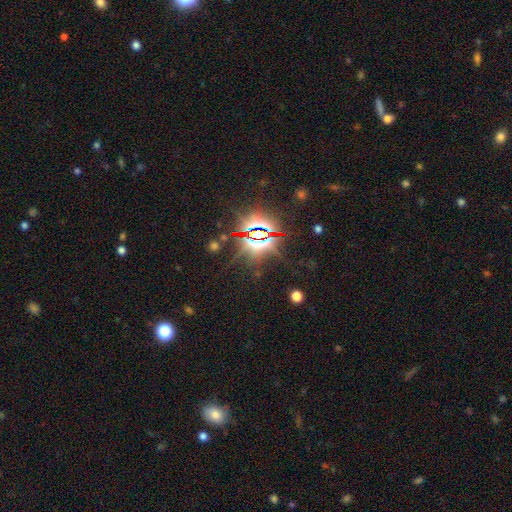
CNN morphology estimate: type=star or artifact (83%).